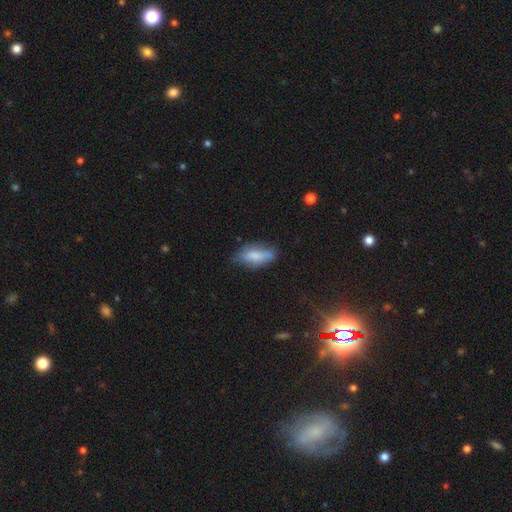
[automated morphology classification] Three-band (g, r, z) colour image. It shows a smooth galaxy with no disk features (71%) that is in between round and cigar-shaped (70%). Merging: none (60%).